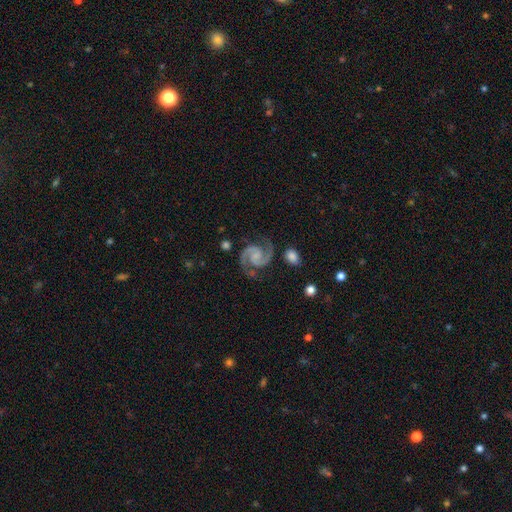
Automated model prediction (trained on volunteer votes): Overall: featured or disk (93%). Edge-on disk: no (98%). Bar: no (57%; weak 32%). Spiral arms: yes (99%). Spiral arm count: 2 (95%). Spiral winding: medium (61%; tight 28%). Bulge size: small (47%; none 30%). Merging: none (79%).